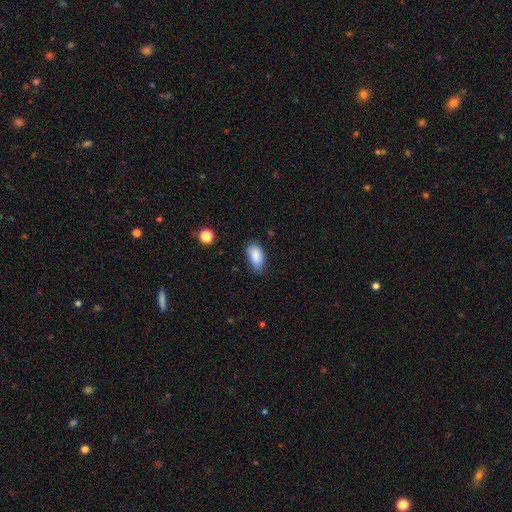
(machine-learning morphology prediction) This is clearly a smooth galaxy (87%). How rounded: clearly in between (93%). Merging: likely none (71%).